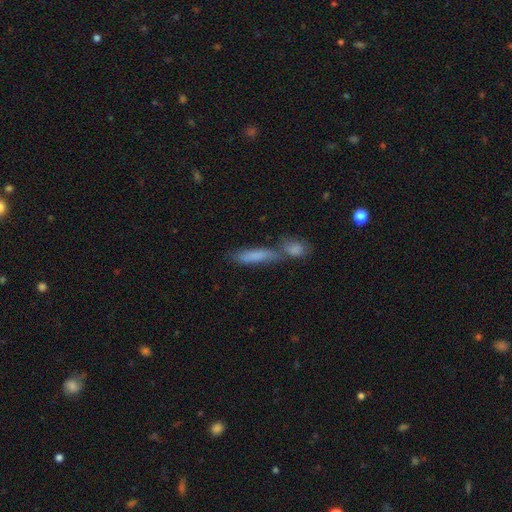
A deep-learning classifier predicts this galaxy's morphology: Q: Smooth or featured?
A: smooth (73%); runner-up: featured or disk (19%)
Q: How rounded?
A: cigar-shaped (73%); runner-up: in between (24%)
Q: Merging?
A: merger (47%); runner-up: none (38%)